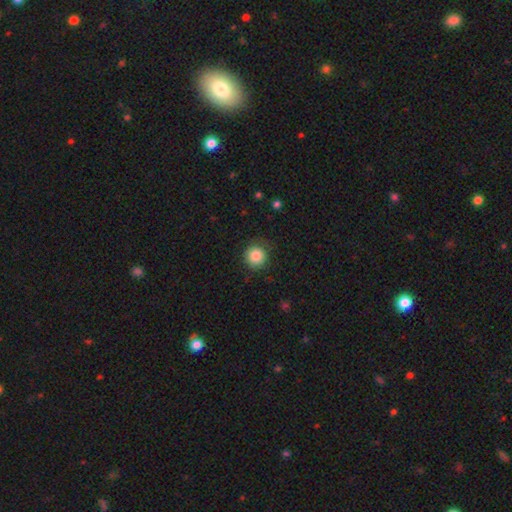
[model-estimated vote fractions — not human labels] smooth_or_featured: smooth (p=0.85) [alt: star or artifact p=0.09]
how_rounded: round (p=0.94) [alt: in between p=0.05]
merging: none (p=0.82) [alt: minor disturbance p=0.13]